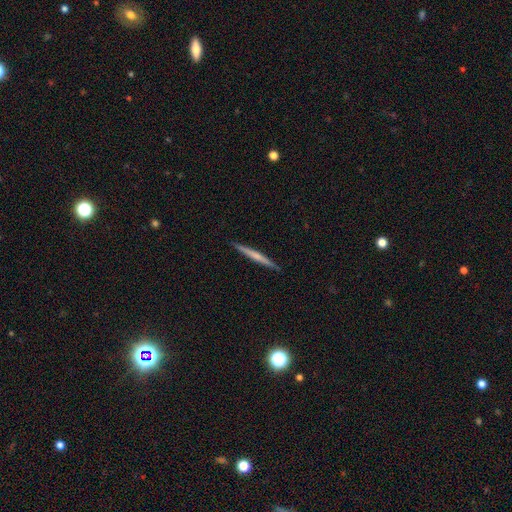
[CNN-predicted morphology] This is possibly a featured or disk galaxy (50%). It is clearly viewed edge-on (98%). Merging: clearly none (92%).